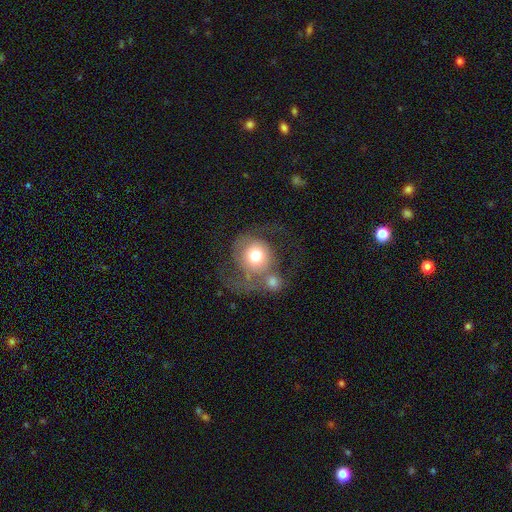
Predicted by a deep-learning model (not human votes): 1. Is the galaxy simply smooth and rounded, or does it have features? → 58% smooth, 34% featured or disk, 8% star or artifact.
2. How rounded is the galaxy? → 86% round, 13% in between, 1% cigar-shaped.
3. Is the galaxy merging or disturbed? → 33% merger, 27% none, 27% major disturbance, 14% minor disturbance.